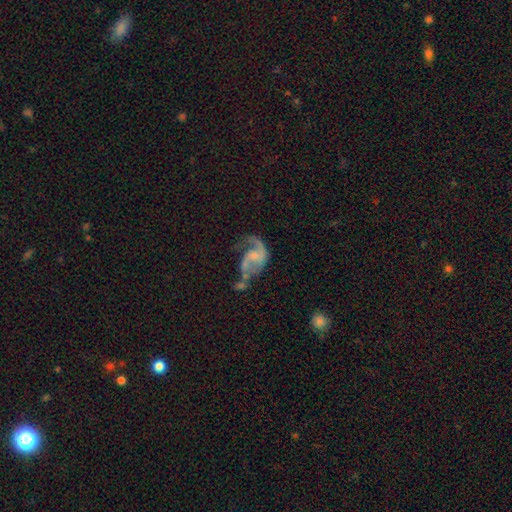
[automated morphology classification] This appears to be a featured or disk galaxy (82%) with no bar (57%), 2 (76%) loose (49%) spiral arms (92%) and a small central bulge (54%). Merging: none (33%).